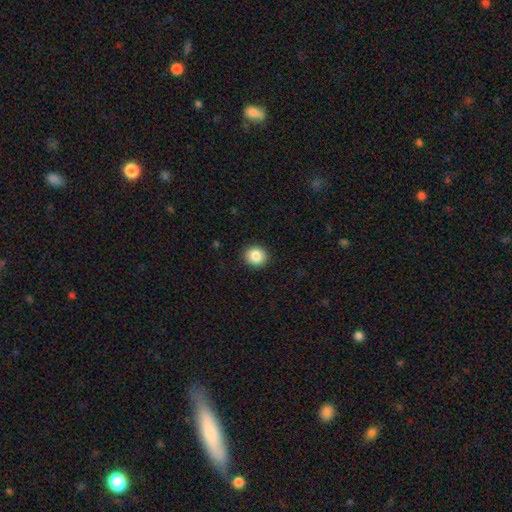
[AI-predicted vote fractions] A smooth galaxy with no disk features (86%) that is round (84%). Merging: none (91%).